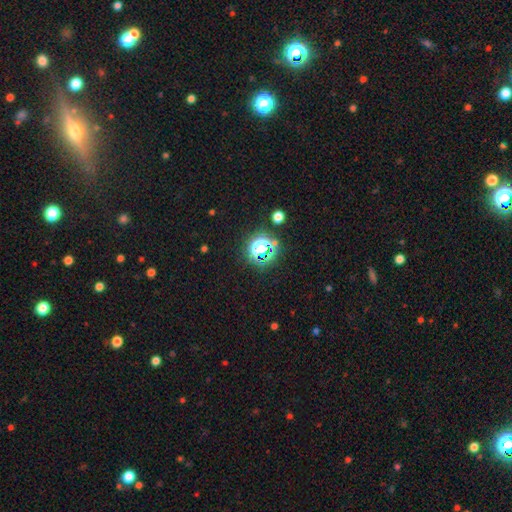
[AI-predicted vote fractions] A star or artifact, not a galaxy (62%).

Vote fractions:
- Smooth or featured? star or artifact: 62% / smooth: 29% / featured or disk: 9%